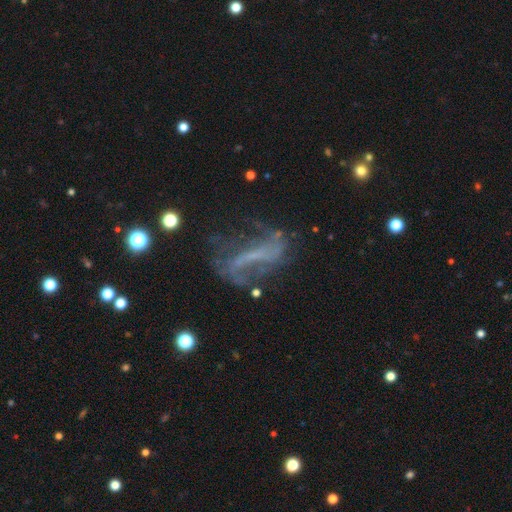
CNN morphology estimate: A featured or disk galaxy (65%) with a strong bar (46%), spiral arms (60%) and no central bulge (63%). Merging: none (47%).